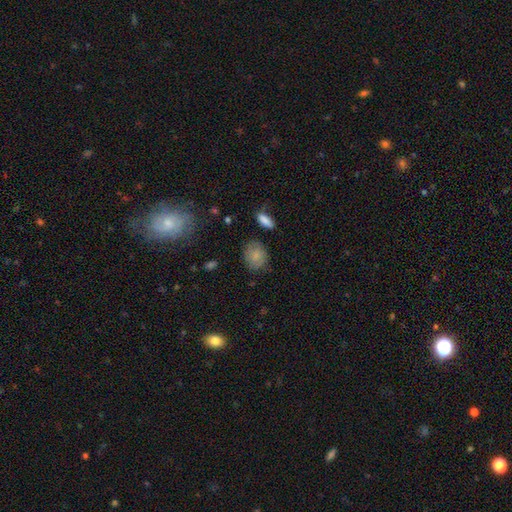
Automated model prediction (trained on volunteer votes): Smooth or featured: smooth — 81% (featured or disk — 11%)
How rounded: round — 53% (in between — 45%)
Merging: none — 78% (minor disturbance — 16%)